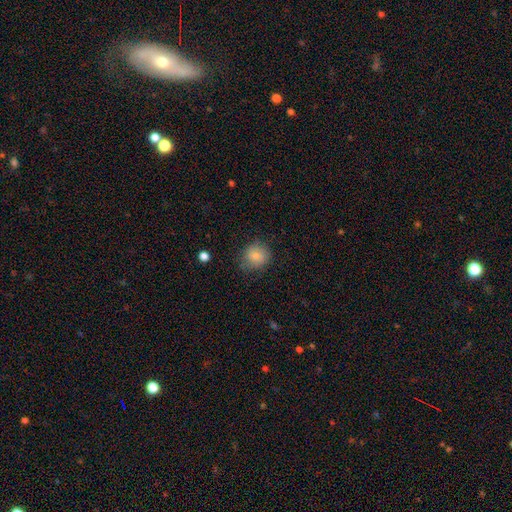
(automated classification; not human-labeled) A smooth galaxy with no disk features (82%) that is round (80%).

Vote fractions:
- Smooth or featured? smooth: 82% / featured or disk: 9% / star or artifact: 9%
- How rounded? round: 80% / in between: 19% / cigar-shaped: 1%
- Merging? none: 74% / minor disturbance: 19% / major disturbance: 6% / merger: 1%